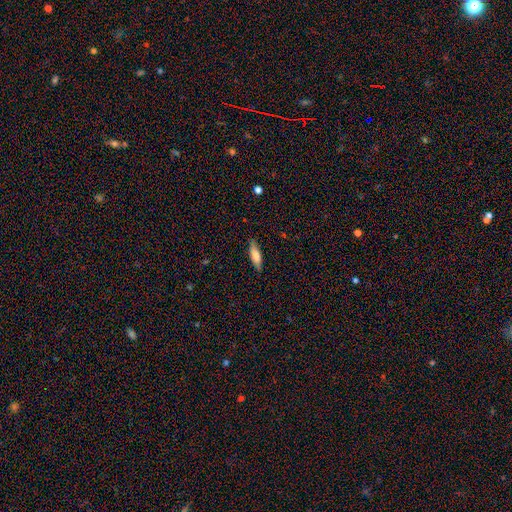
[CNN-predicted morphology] Q: Smooth or featured?
A: smooth (75%); runner-up: featured or disk (19%)
Q: How rounded?
A: cigar-shaped (55%); runner-up: in between (43%)
Q: Merging?
A: none (85%); runner-up: minor disturbance (11%)